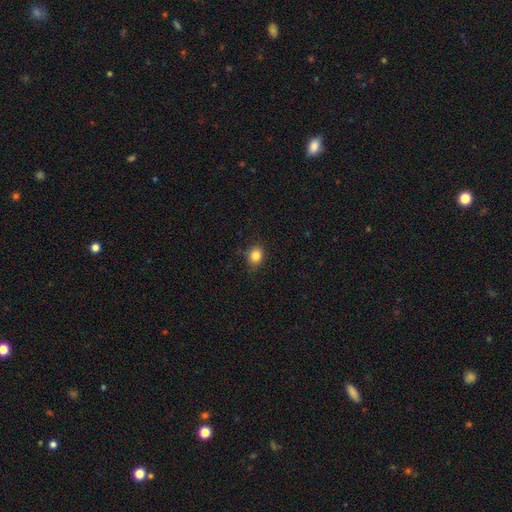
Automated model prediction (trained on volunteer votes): smooth_or_featured: smooth (p=0.83) [alt: star or artifact p=0.11]
how_rounded: round (p=0.57) [alt: in between p=0.42]
merging: none (p=0.79) [alt: minor disturbance p=0.16]